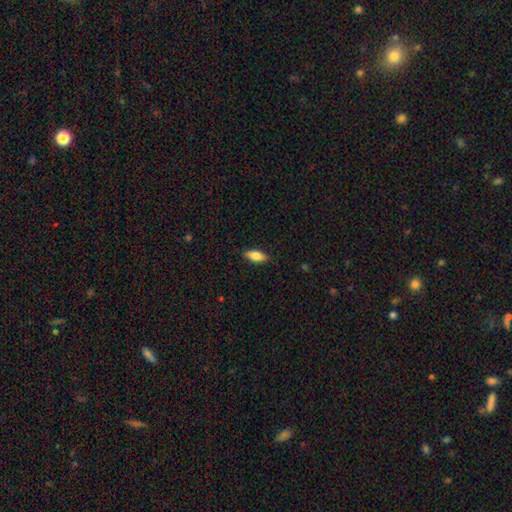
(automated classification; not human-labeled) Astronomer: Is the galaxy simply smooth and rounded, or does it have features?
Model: smooth — 79%.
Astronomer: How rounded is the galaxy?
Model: in between — 79%.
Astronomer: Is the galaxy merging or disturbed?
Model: none — 87%.